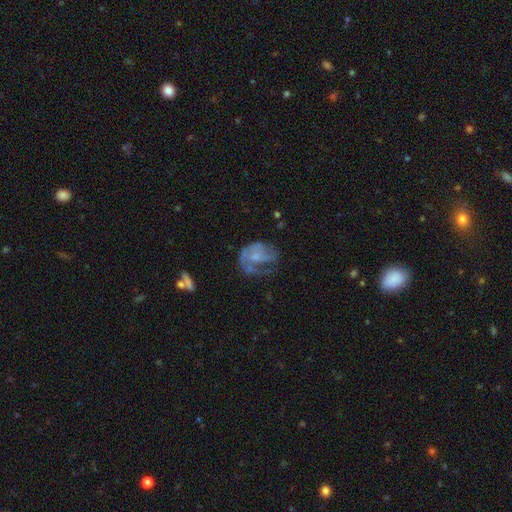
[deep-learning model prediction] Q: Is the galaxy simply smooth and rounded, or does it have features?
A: featured or disk — 64%.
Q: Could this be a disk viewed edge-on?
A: no — 98%.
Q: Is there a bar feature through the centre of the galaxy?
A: no — 74%.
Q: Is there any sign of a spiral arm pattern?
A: yes — 67%.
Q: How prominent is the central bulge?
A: small — 40%.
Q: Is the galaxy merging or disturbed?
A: major disturbance — 37%, tied with none.